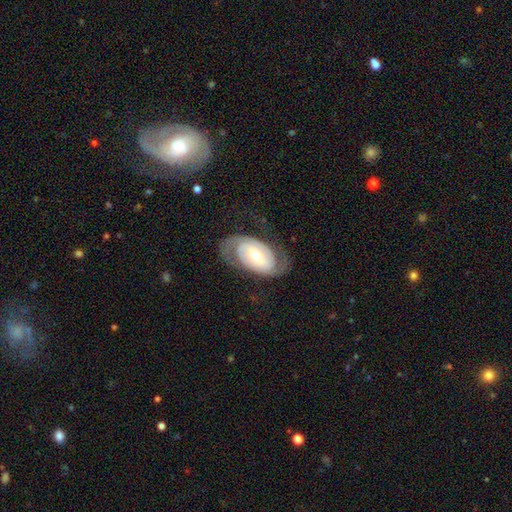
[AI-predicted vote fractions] A featured or disk galaxy (79%) with no bar (46%), 2 (84%) medium (41%) spiral arms (89%) and a moderate central bulge (66%). Merging: none (69%).